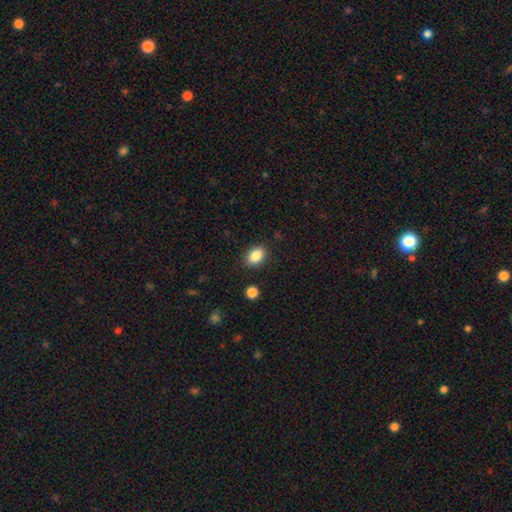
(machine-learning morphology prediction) Smooth or featured? Predicted: smooth (p=0.86). How rounded? Predicted: in between (p=0.78). Merging? Predicted: none (p=0.87).